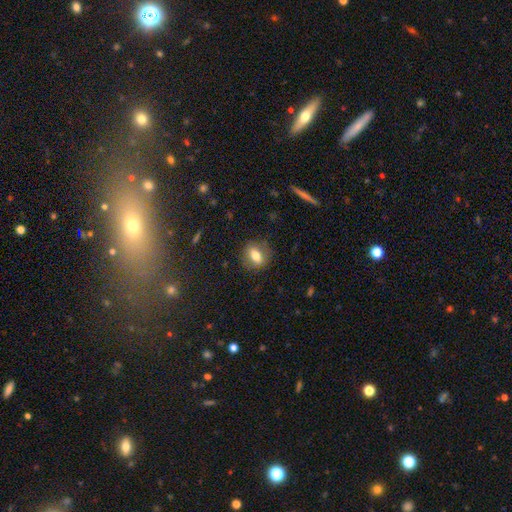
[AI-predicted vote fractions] Smooth or featured: smooth — 71% (featured or disk — 19%)
How rounded: in between — 61% (round — 35%)
Merging: none — 81% (minor disturbance — 13%)